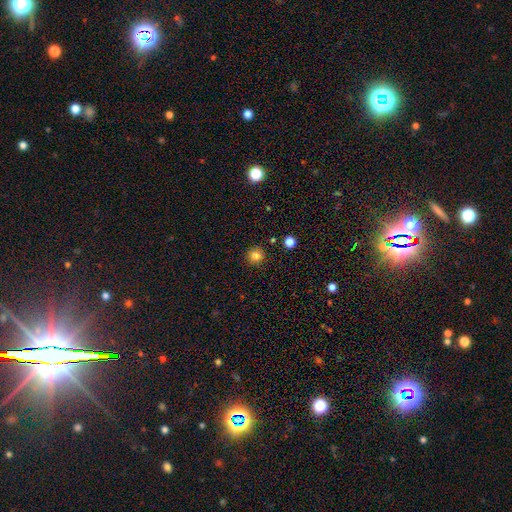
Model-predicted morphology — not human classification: A smooth galaxy with no disk features (82%) that is round (93%). Merging: none (90%).